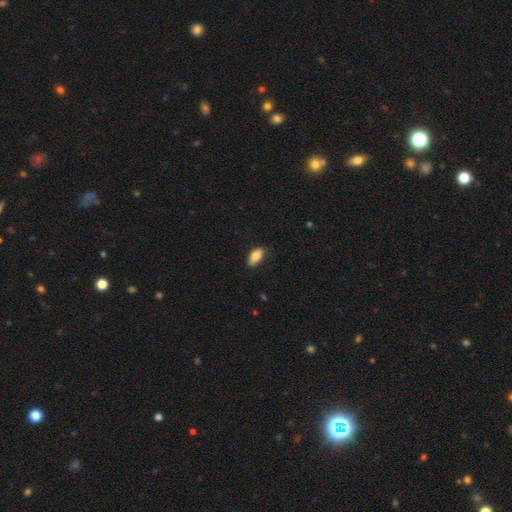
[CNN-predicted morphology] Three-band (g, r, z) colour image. It shows a smooth galaxy with no disk features (85%) that is in between round and cigar-shaped (91%). Merging: none (76%).